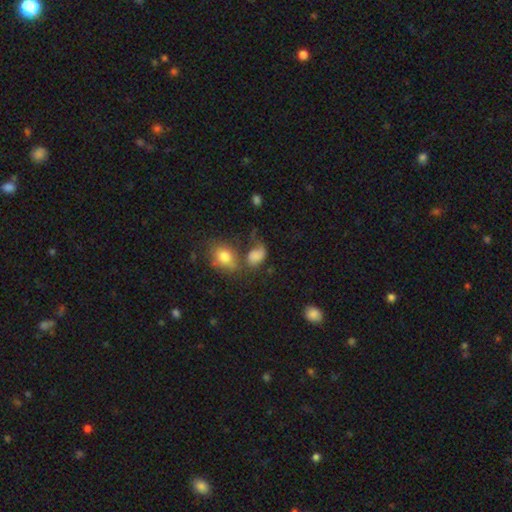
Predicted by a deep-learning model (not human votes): smooth 73%, star or artifact 13%, featured or disk 13%. Down the decision tree: how rounded — in between (76%); merging — none (35%).